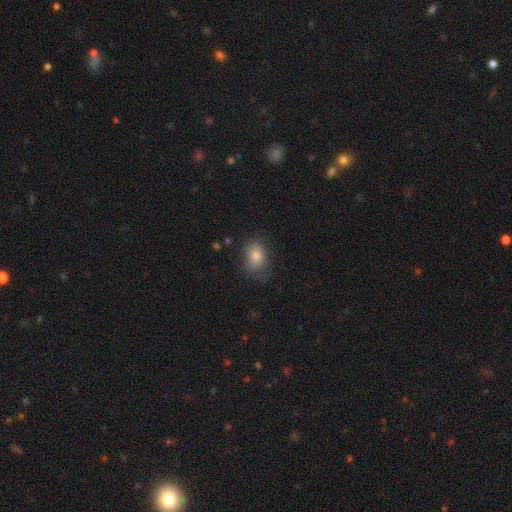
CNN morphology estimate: smooth_or_featured: smooth (p=0.76) [alt: featured or disk p=0.13]
how_rounded: in between (p=0.73) [alt: round p=0.25]
merging: none (p=0.60) [alt: minor disturbance p=0.27]